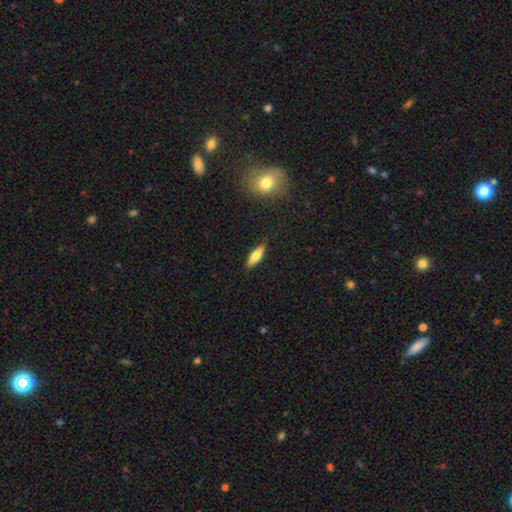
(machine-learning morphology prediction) Smooth or featured? smooth (68%)
How rounded? in between (49%, tied with cigar-shaped)
Merging? none (86%)